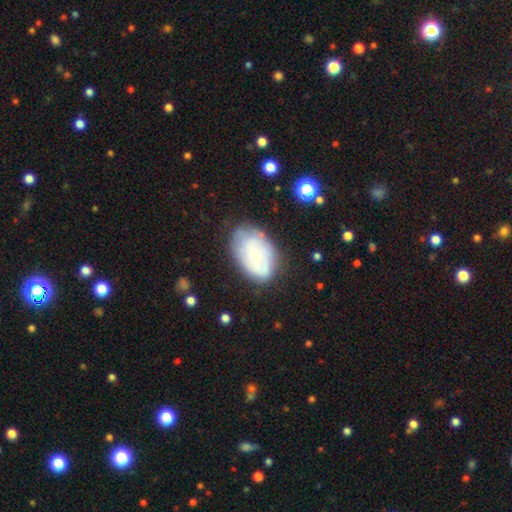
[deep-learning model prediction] Morphology: type=featured or disk (53%); edge-on=no (95%); bar=no (85%); spiral arms=yes (54%); bulge=small (59%); merging=none (68%).